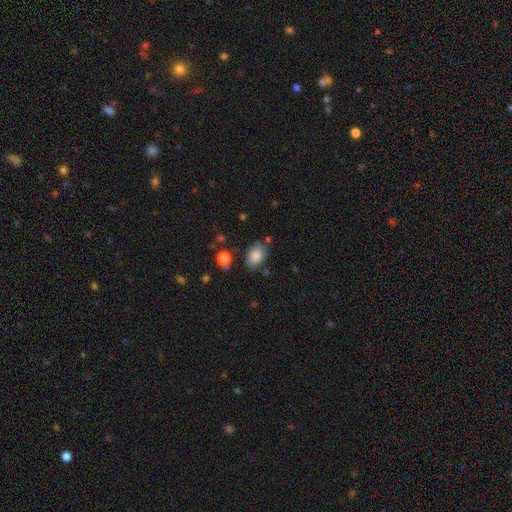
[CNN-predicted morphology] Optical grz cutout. It shows a smooth galaxy with no disk features (81%) that is in between round and cigar-shaped (82%). Merging: none (72%).